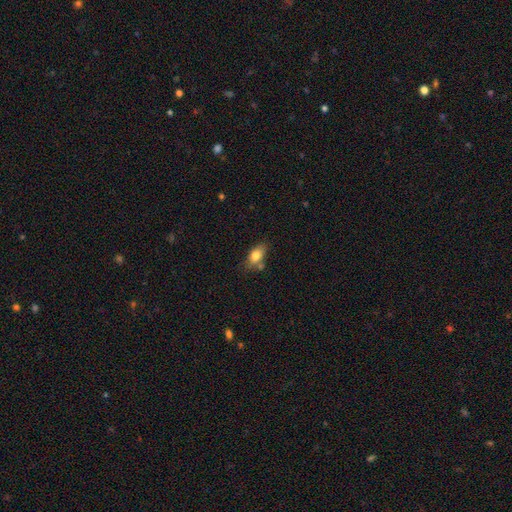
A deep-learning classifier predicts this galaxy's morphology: The model was most divided on "merging": none: 60%, minor disturbance: 23%, merger: 12%, major disturbance: 5%. More confident: how rounded — in between (86%); smooth or featured — smooth (78%).